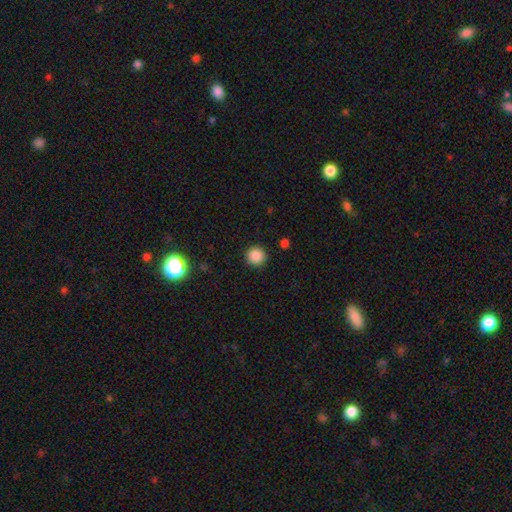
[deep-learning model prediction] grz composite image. It shows a smooth galaxy with no disk features (86%) that is round (95%). Merging: none (91%).